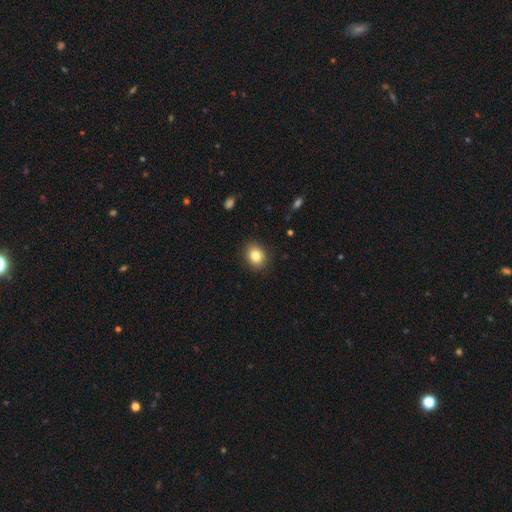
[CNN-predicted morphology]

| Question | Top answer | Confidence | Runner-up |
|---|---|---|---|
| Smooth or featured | smooth | 83% | star or artifact (10%) |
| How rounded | round | 55% | in between (44%) |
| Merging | none | 89% | minor disturbance (8%) |